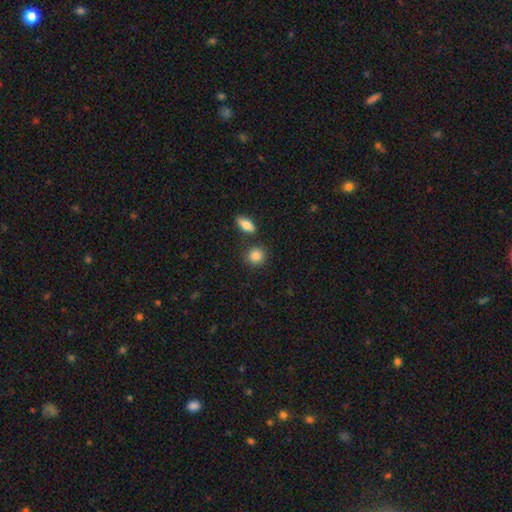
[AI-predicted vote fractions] This appears to be a smooth galaxy with no disk features (86%) that is round (80%). Merging: none (81%).